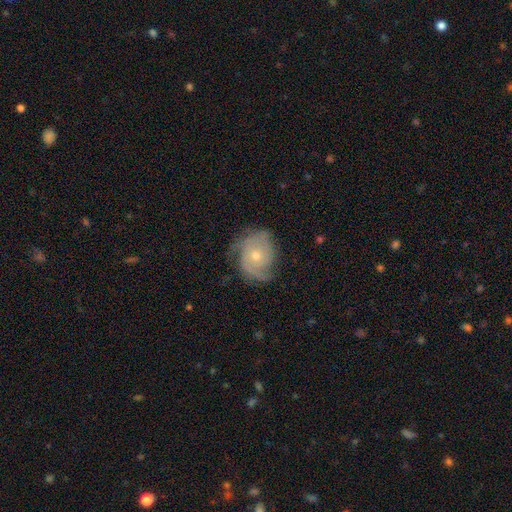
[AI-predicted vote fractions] Smooth or featured? Predicted: featured or disk (p=0.79). Edge-on disk? Predicted: no (p=0.97). Bar? Predicted: no (p=0.79). Spiral arms? Predicted: yes (p=0.93). Spiral winding? Predicted: tight (p=0.43). Spiral arm count? Predicted: 2 (p=0.51). Bulge size? Predicted: small (p=0.51). Merging? Predicted: none (p=0.66).